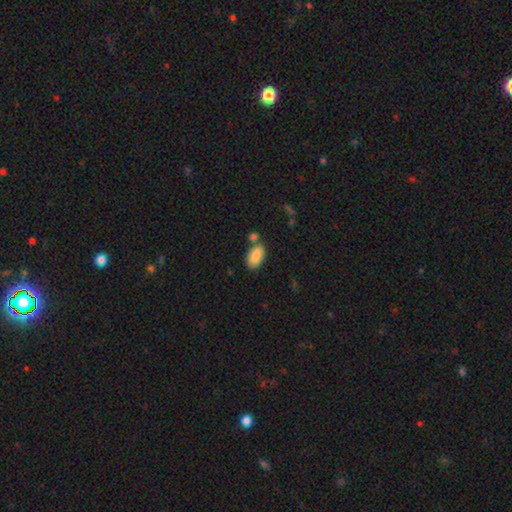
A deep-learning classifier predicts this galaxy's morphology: A smooth galaxy with no disk features (87%) that is in between round and cigar-shaped (94%).

Vote fractions:
- Smooth or featured? smooth: 87% / star or artifact: 7% / featured or disk: 6%
- How rounded? in between: 94% / round: 4% / cigar-shaped: 2%
- Merging? none: 67% / merger: 17% / minor disturbance: 13% / major disturbance: 3%